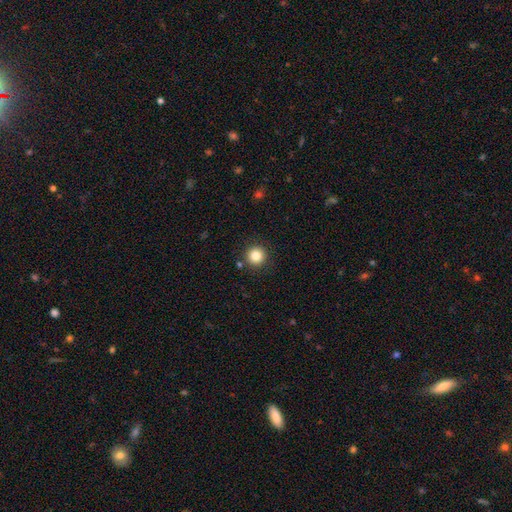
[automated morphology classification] The model was most divided on "smooth or featured": smooth: 84%, star or artifact: 11%, featured or disk: 5%. More confident: how rounded — round (96%); merging — none (90%).